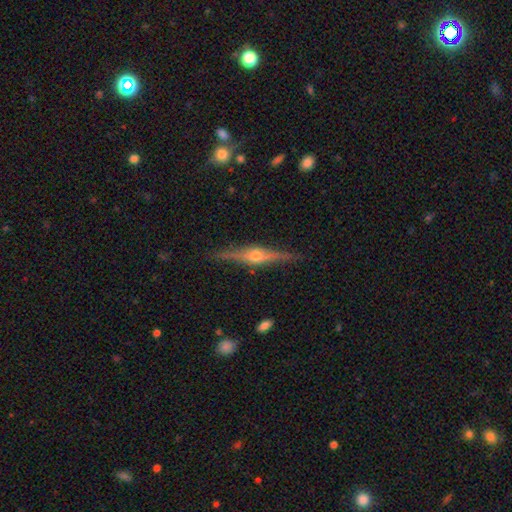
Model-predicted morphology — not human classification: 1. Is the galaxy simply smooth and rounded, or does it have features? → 85% featured or disk, 10% smooth, 6% star or artifact.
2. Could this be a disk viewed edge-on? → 98% yes, 2% no.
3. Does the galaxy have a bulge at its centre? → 91% rounded, 6% boxy, 3% none.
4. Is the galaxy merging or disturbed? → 90% none, 7% minor disturbance, 2% major disturbance, 1% merger.